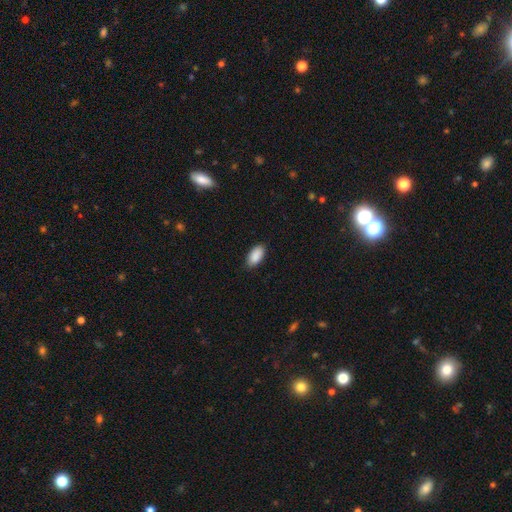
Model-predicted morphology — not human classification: This appears to be a smooth galaxy with no disk features (90%) that is in between round and cigar-shaped (94%). Merging: none (85%).